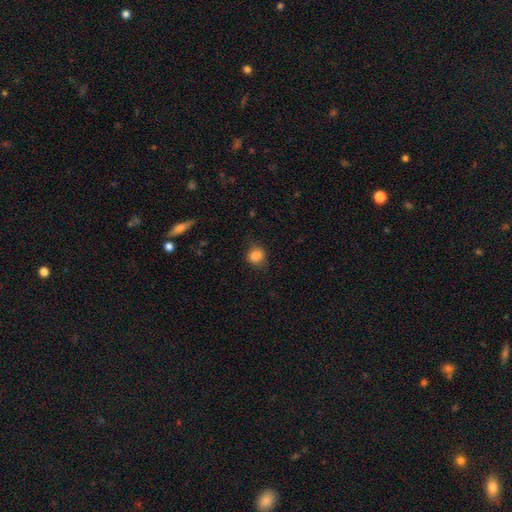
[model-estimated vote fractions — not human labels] Overall: smooth (83%). How rounded: round (68%; in between 31%). Merging: none (72%).